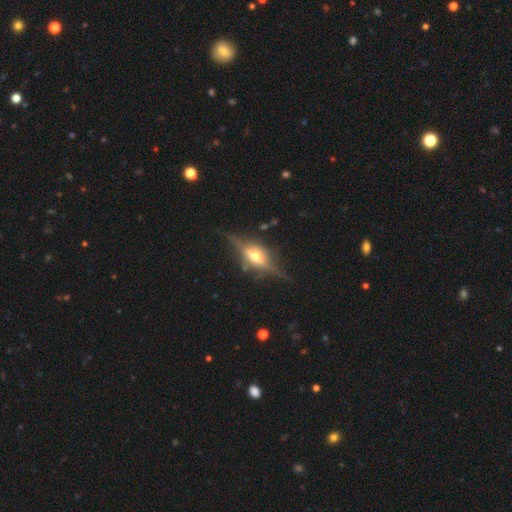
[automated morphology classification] Q: Smooth or featured?
A: featured or disk (82%); runner-up: smooth (11%)
Q: Edge-on disk?
A: yes (95%); runner-up: no (5%)
Q: Edge-on bulge?
A: rounded (89%); runner-up: boxy (9%)
Q: Merging?
A: none (81%); runner-up: minor disturbance (13%)